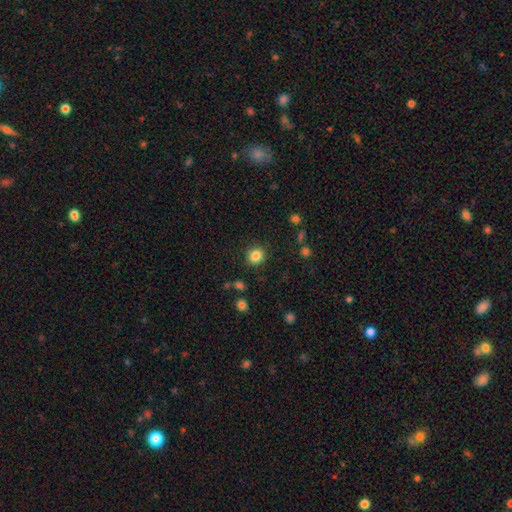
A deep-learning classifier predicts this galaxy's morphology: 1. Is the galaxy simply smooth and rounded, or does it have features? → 84% smooth, 11% star or artifact, 5% featured or disk.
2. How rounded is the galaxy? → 86% round, 13% in between, 1% cigar-shaped.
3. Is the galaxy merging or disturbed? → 88% none, 8% minor disturbance, 3% major disturbance, 2% merger.